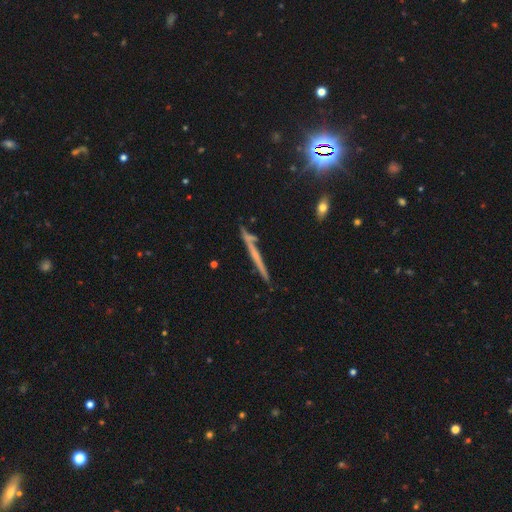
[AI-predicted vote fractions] Smooth or featured? featured or disk (54%)
Edge-on disk? yes (96%)
Edge-on bulge? none (83%)
Merging? none (81%)